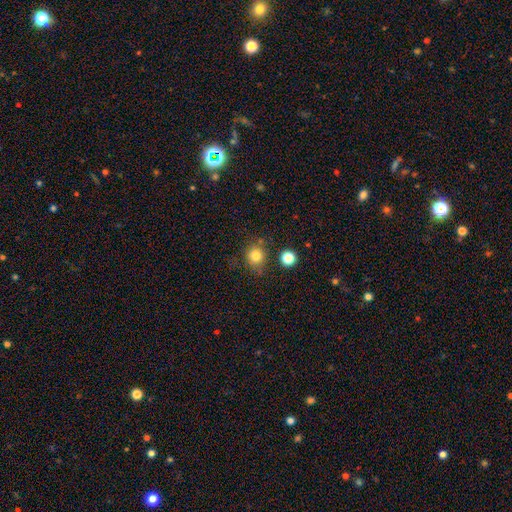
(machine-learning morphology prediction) A smooth galaxy with no disk features (81%) that is round (81%). Merging: none (72%).